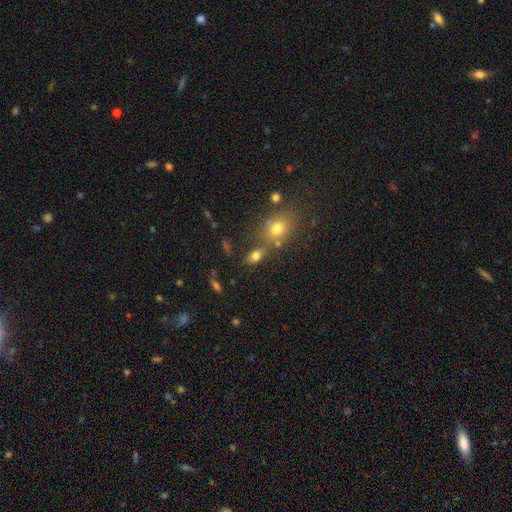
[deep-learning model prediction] Smooth or featured? Predicted: smooth (p=0.75). How rounded? Predicted: in between (p=0.81). Merging? Predicted: none (p=0.62).